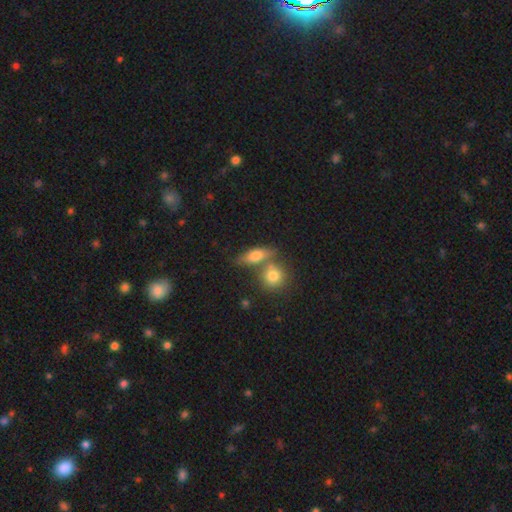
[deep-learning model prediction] Overall: smooth (67%). How rounded: in between (61%; cigar-shaped 26%). Merging: none (51%; merger 31%).